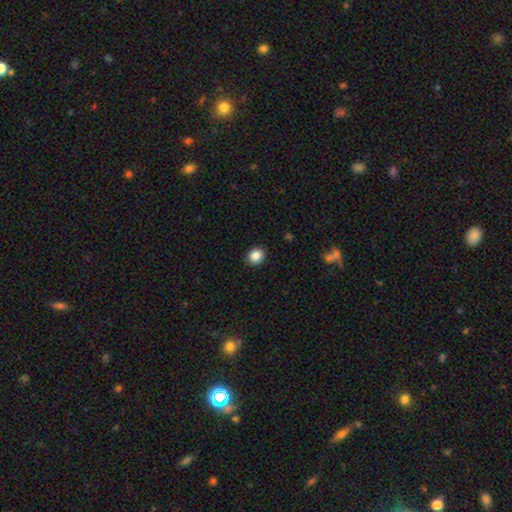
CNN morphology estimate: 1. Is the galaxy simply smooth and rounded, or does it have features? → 85% smooth, 10% star or artifact, 5% featured or disk.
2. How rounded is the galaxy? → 76% round, 23% in between, 1% cigar-shaped.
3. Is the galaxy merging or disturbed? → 92% none, 6% minor disturbance, 2% major disturbance, 1% merger.